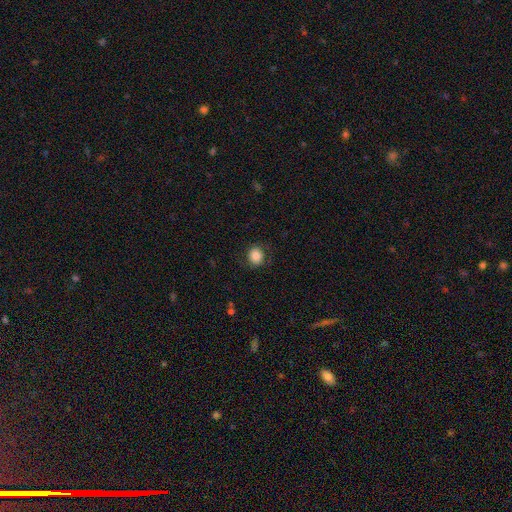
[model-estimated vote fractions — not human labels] smooth 85%, star or artifact 9%, featured or disk 6%. Down the decision tree: how rounded — round (74%); merging — none (83%).